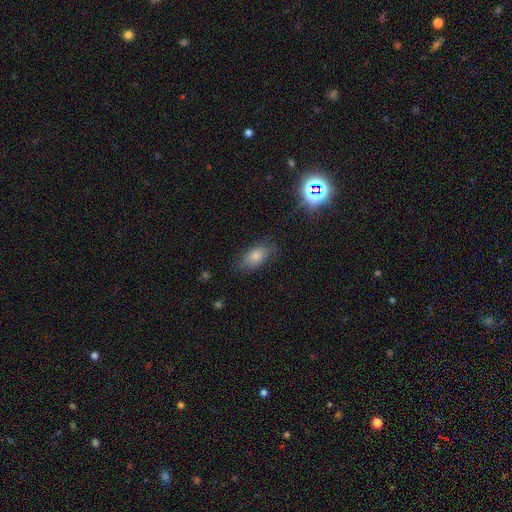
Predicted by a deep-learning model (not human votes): smooth 68%, star or artifact 18%, featured or disk 14%. Down the decision tree: how rounded — in between (86%); merging — none (76%).